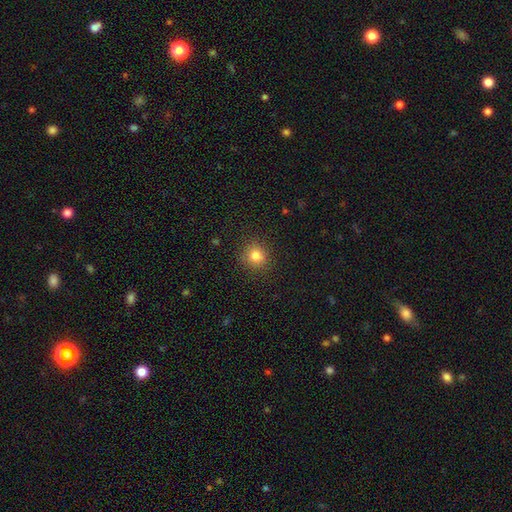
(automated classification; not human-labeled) A smooth galaxy with no disk features (81%) that is round (88%).

Vote fractions:
- Smooth or featured? smooth: 81% / star or artifact: 13% / featured or disk: 6%
- How rounded? round: 88% / in between: 11% / cigar-shaped: 1%
- Merging? none: 88% / minor disturbance: 8% / major disturbance: 3% / merger: 1%